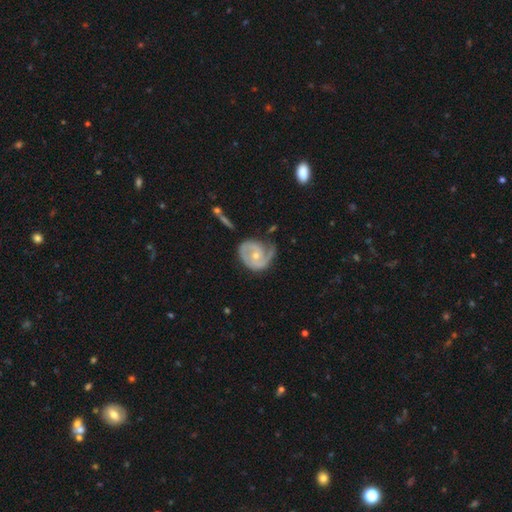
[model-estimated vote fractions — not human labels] Morphology: type=featured or disk (82%); edge-on=no (98%); bar=no (68%); spiral arms=yes (93%); winding=tight (48%); arm count=2 (48%); bulge=small (54%); merging=none (52%).